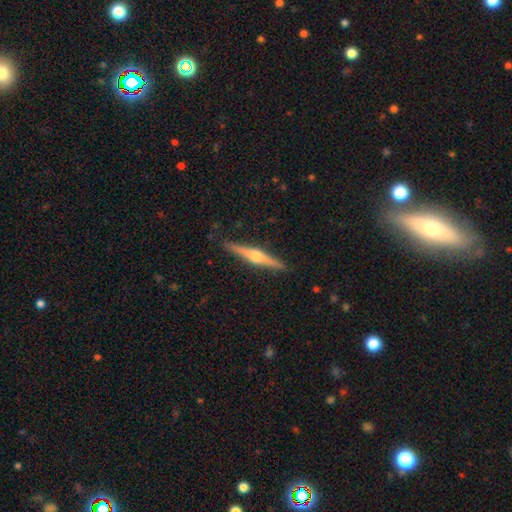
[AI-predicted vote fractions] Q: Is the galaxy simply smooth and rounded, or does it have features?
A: featured or disk — 76%.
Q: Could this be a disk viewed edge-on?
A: yes — 98%.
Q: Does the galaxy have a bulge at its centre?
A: rounded — 92%.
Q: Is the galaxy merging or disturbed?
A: none — 90%.